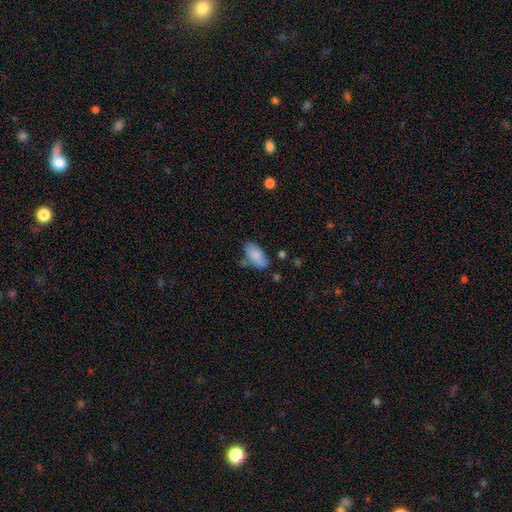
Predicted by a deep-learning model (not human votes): smooth 83%, featured or disk 11%, star or artifact 7%. Down the decision tree: how rounded — in between (93%); merging — none (64%).